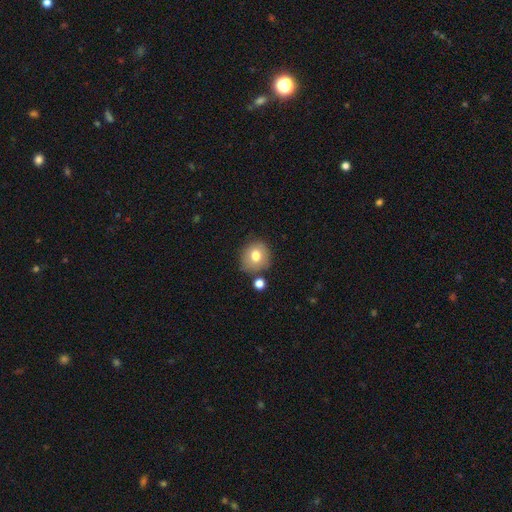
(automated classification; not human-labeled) smooth-or-featured: smooth: 75% | featured or disk: 15% | star or artifact: 10%
  how-rounded: round: 84% | in between: 15% | cigar-shaped: 1%
  merging: none: 74% | minor disturbance: 14% | merger: 7% | major disturbance: 4%